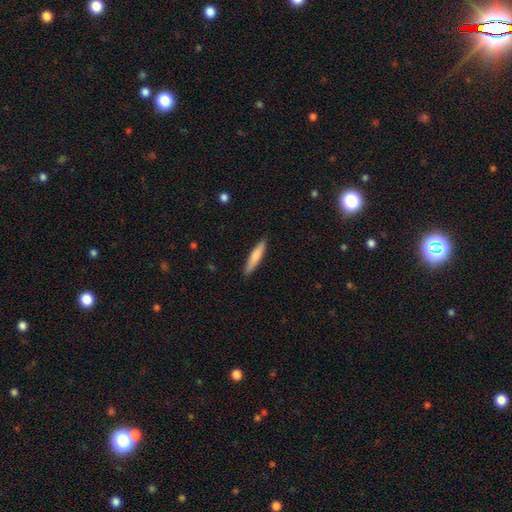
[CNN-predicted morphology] A smooth galaxy with no disk features (76%) that is cigar-shaped (86%).

Vote fractions:
- Smooth or featured? smooth: 76% / featured or disk: 19% / star or artifact: 5%
- How rounded? cigar-shaped: 86% / in between: 13% / round: 1%
- Merging? none: 89% / minor disturbance: 8% / major disturbance: 2% / merger: 1%